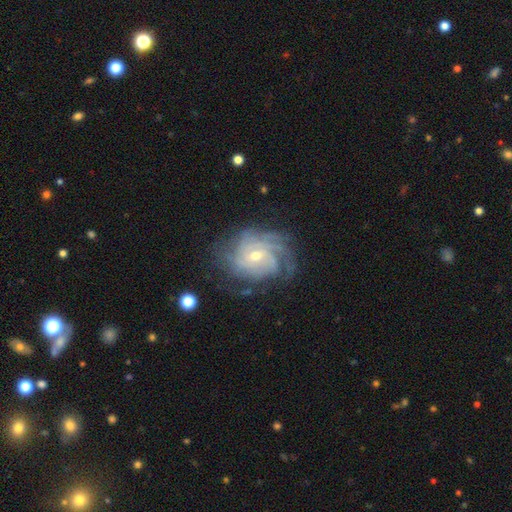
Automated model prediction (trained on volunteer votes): Q: Smooth or featured?
A: featured or disk (86%); runner-up: smooth (7%)
Q: Edge-on disk?
A: no (97%); runner-up: yes (3%)
Q: Bar?
A: no (61%); runner-up: weak (32%)
Q: Spiral arms?
A: yes (96%); runner-up: no (4%)
Q: Spiral winding?
A: tight (67%); runner-up: medium (26%)
Q: Spiral arm count?
A: can't tell (33%); runner-up: 4 (21%)
Q: Bulge size?
A: small (54%); runner-up: moderate (43%)
Q: Merging?
A: none (69%); runner-up: minor disturbance (19%)